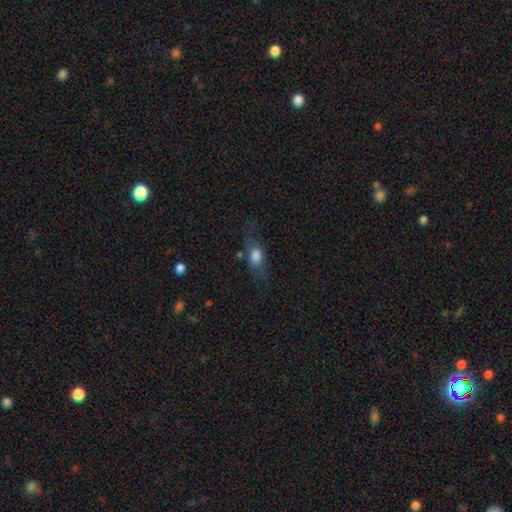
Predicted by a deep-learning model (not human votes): smooth 67%, featured or disk 24%, star or artifact 9%. Down the decision tree: how rounded — in between (67%); merging — none (62%).